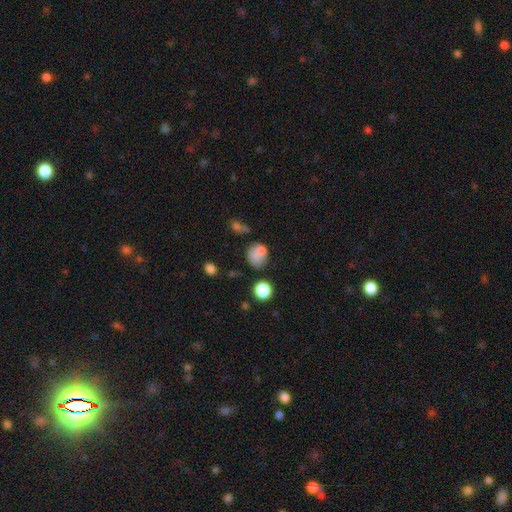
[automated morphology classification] A smooth galaxy with no disk features (75%) that is round (68%).

Vote fractions:
- Smooth or featured? smooth: 75% / featured or disk: 13% / star or artifact: 12%
- How rounded? round: 68% / in between: 31% / cigar-shaped: 1%
- Merging? none: 50% / merger: 22% / minor disturbance: 19% / major disturbance: 9%